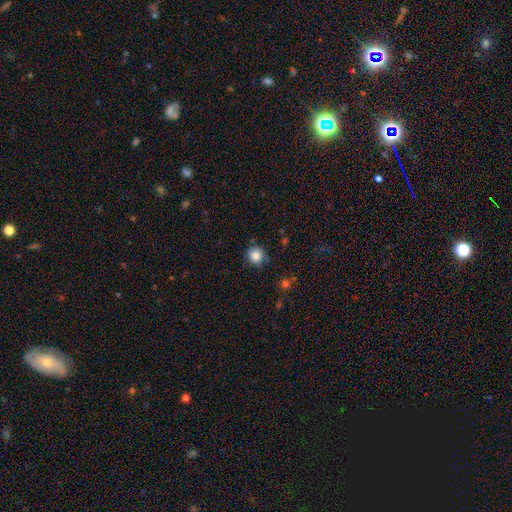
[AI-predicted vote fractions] smooth_or_featured: smooth (p=0.85) [alt: star or artifact p=0.10]
how_rounded: round (p=0.91) [alt: in between p=0.08]
merging: none (p=0.84) [alt: minor disturbance p=0.11]